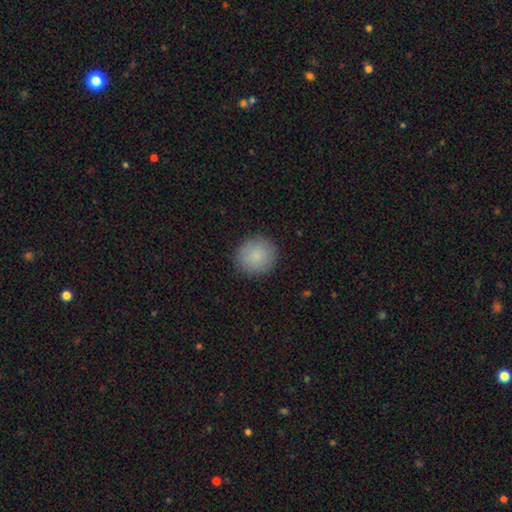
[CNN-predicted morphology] Q: Smooth or featured?
A: smooth (87%); runner-up: star or artifact (7%)
Q: How rounded?
A: round (90%); runner-up: in between (10%)
Q: Merging?
A: none (89%); runner-up: minor disturbance (8%)